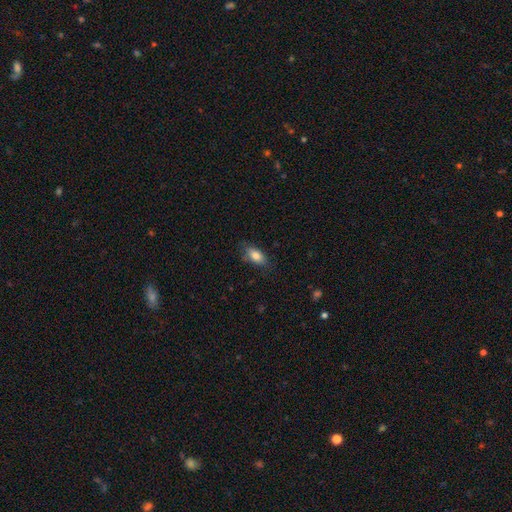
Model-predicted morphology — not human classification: smooth 82%, featured or disk 11%, star or artifact 7%. Down the decision tree: how rounded — in between (87%); merging — none (76%).